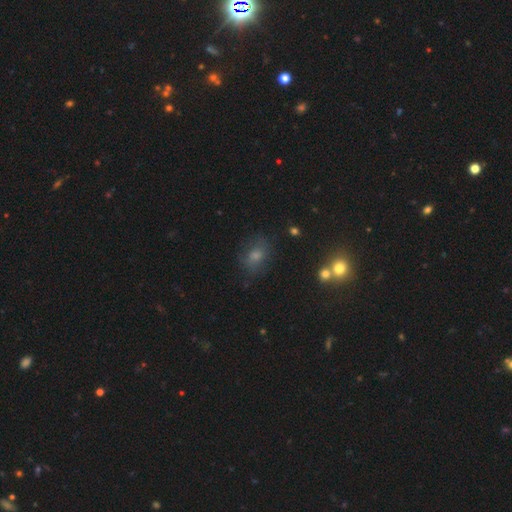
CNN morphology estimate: smooth_or_featured: smooth (p=0.66) [alt: star or artifact p=0.17]
how_rounded: in between (p=0.65) [alt: round p=0.34]
merging: none (p=0.68) [alt: minor disturbance p=0.19]